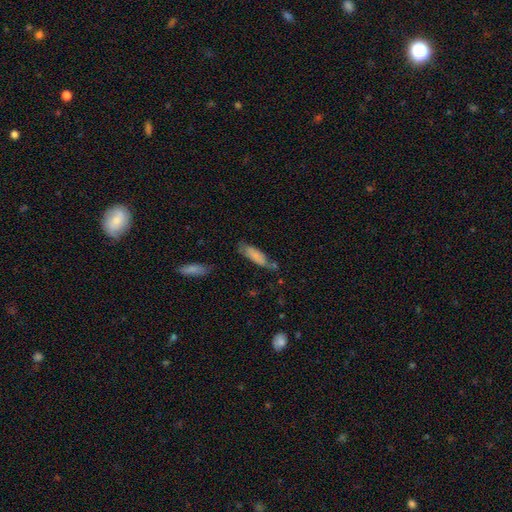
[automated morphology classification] Q: Smooth or featured?
A: smooth (78%); runner-up: featured or disk (15%)
Q: How rounded?
A: cigar-shaped (52%); runner-up: in between (46%)
Q: Merging?
A: none (55%); runner-up: minor disturbance (28%)